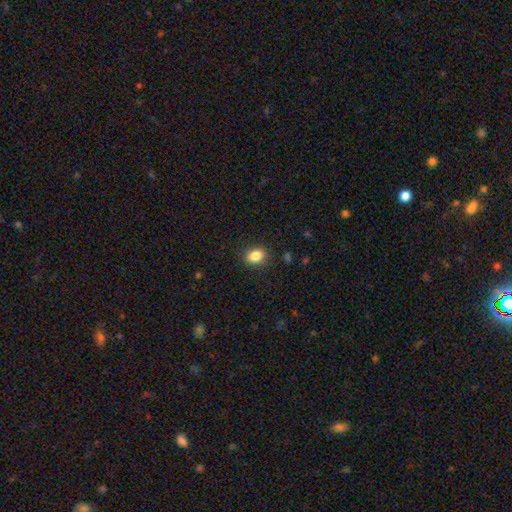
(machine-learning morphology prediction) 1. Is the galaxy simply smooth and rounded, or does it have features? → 85% smooth, 9% star or artifact, 5% featured or disk.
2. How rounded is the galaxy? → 70% in between, 29% round, 1% cigar-shaped.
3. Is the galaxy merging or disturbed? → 88% none, 9% minor disturbance, 2% major disturbance, 1% merger.